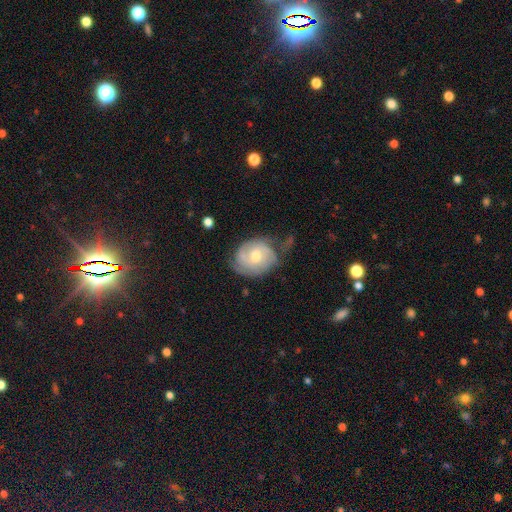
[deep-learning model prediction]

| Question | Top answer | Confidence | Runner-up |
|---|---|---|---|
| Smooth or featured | featured or disk | 68% | smooth (26%) |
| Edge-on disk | no | 97% | yes (3%) |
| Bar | no | 67% | weak (28%) |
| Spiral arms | yes | 86% | no (14%) |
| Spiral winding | tight | 58% | medium (31%) |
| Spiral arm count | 2 | 36% | can't tell (34%) |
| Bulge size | moderate | 60% | small (36%) |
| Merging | none | 56% | minor disturbance (28%) |